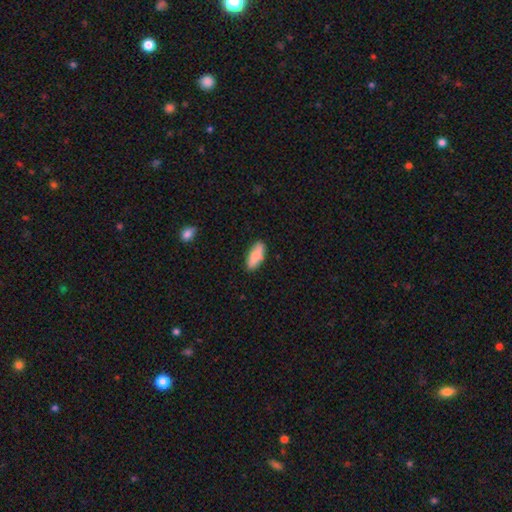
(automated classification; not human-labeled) This is clearly a smooth galaxy (83%). How rounded: likely in between (77%). Merging: clearly none (86%).